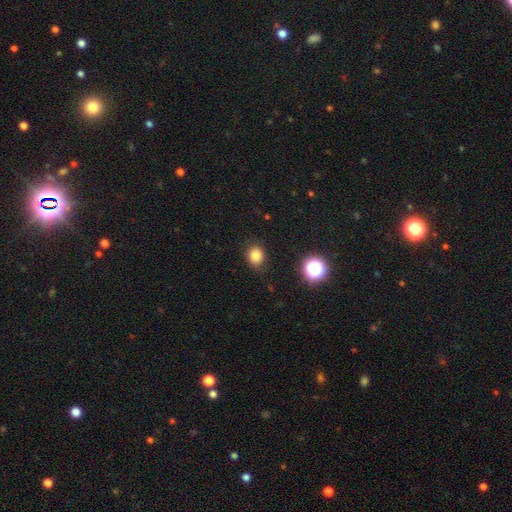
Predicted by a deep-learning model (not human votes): A smooth galaxy with no disk features (81%) that is round (67%). Merging: none (81%).